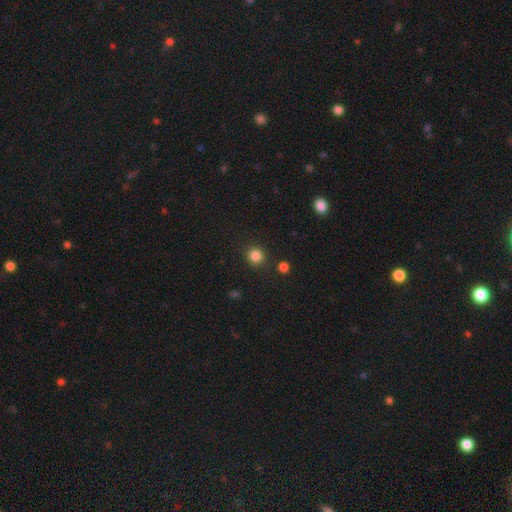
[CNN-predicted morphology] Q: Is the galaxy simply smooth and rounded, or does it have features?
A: smooth — 84%.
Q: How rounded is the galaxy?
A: round — 91%.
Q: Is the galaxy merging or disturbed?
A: none — 88%.